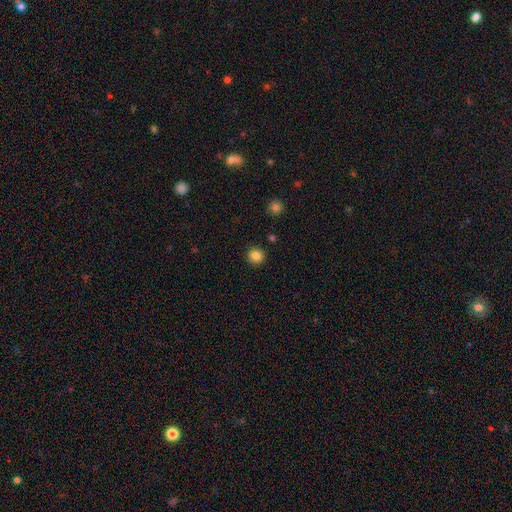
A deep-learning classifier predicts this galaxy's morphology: smooth-or-featured: smooth: 85% | star or artifact: 11% | featured or disk: 4%
  how-rounded: round: 91% | in between: 8% | cigar-shaped: 1%
  merging: none: 91% | minor disturbance: 6% | major disturbance: 2% | merger: 2%